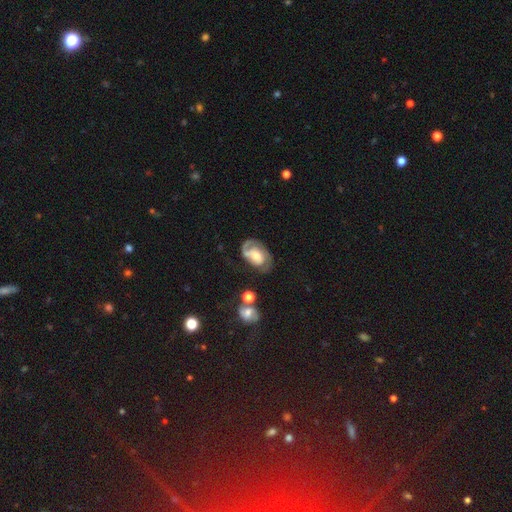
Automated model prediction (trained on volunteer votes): Smooth or featured?
  - featured or disk: 73% *
  - smooth: 21%
  - star or artifact: 6%
Edge-on disk?
  - no: 96% *
  - yes: 4%
Bar?
  - no: 60% *
  - weak: 32%
  - strong: 8%
Spiral arms?
  - yes: 85% *
  - no: 15%
Spiral winding?
  - tight: 44% *
  - medium: 39%
  - loose: 17%
Spiral arm count?
  - 2: 52% *
  - 1: 26%
  - can't tell: 17%
  - 3: 3%
  - 4: 1%
  - more than 4: 1%
Bulge size?
  - moderate: 63% *
  - large: 17%
  - small: 17%
  - none: 2%
  - dominant: 2%
Merging?
  - none: 53% *
  - minor disturbance: 24%
  - major disturbance: 17%
  - merger: 6%